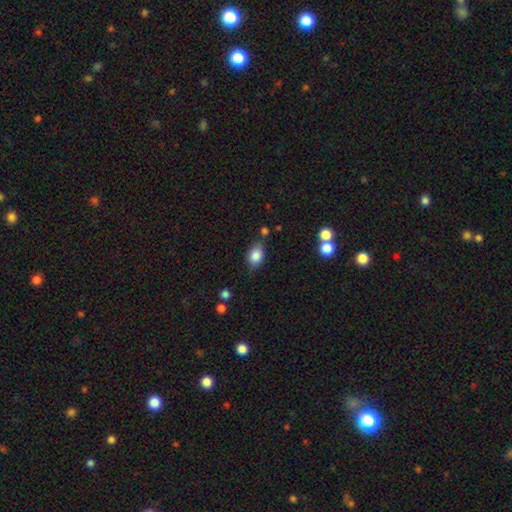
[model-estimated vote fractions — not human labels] Morphology: type=smooth (84%); roundness=in between (81%); merging=none (72%).